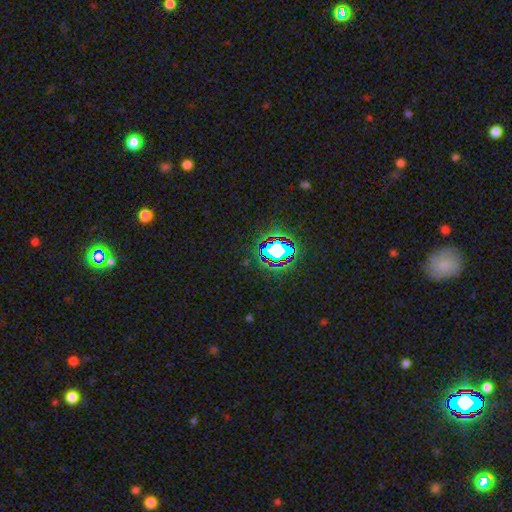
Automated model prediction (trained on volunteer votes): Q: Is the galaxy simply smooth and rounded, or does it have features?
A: star or artifact — 78%.